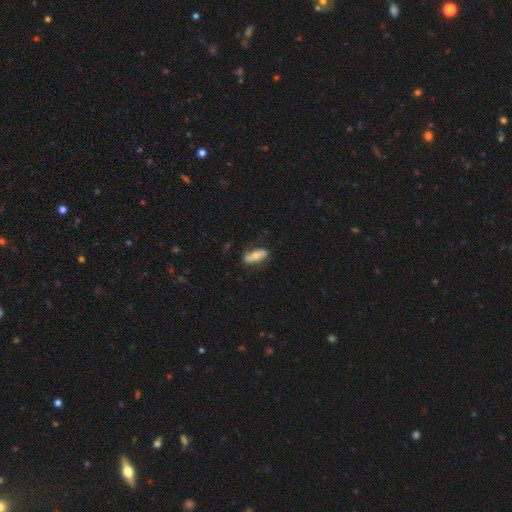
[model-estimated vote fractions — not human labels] This is possibly a smooth galaxy (56%). How rounded: likely in between (68%). Merging: likely none (69%).